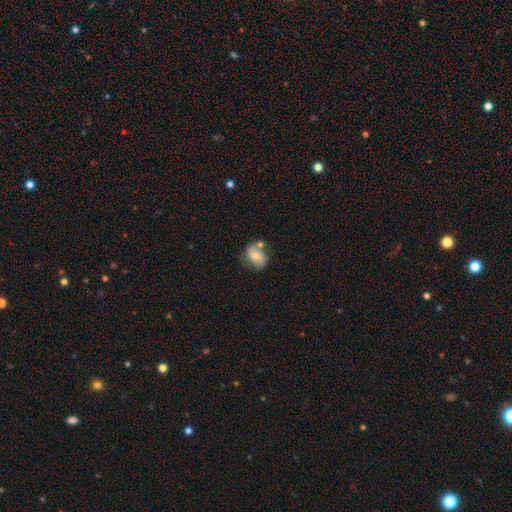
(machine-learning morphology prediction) The model was most divided on "smooth or featured": smooth: 49%, featured or disk: 42%, star or artifact: 9%. More confident: merging — none (53%).